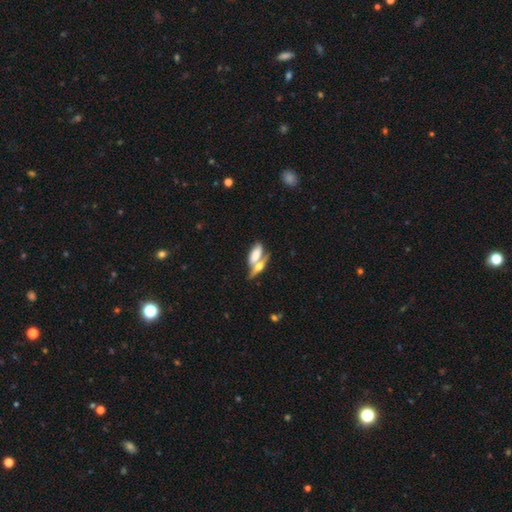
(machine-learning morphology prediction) Q: Smooth or featured?
A: smooth (60%); runner-up: featured or disk (32%)
Q: How rounded?
A: in between (70%); runner-up: cigar-shaped (26%)
Q: Merging?
A: merger (54%); runner-up: none (31%)